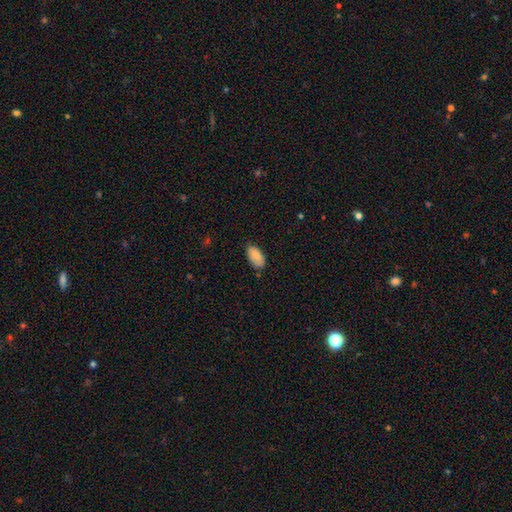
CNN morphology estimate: Q: Smooth or featured?
A: smooth (88%); runner-up: star or artifact (7%)
Q: How rounded?
A: in between (94%); runner-up: cigar-shaped (4%)
Q: Merging?
A: none (74%); runner-up: minor disturbance (22%)